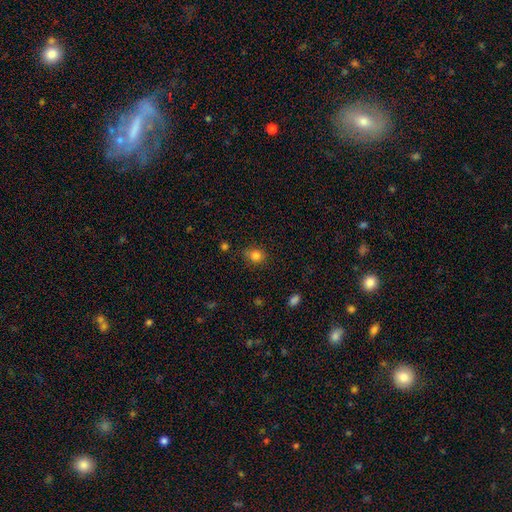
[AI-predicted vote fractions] Smooth or featured: smooth — 82% (star or artifact — 12%)
How rounded: round — 73% (in between — 26%)
Merging: none — 73% (minor disturbance — 19%)